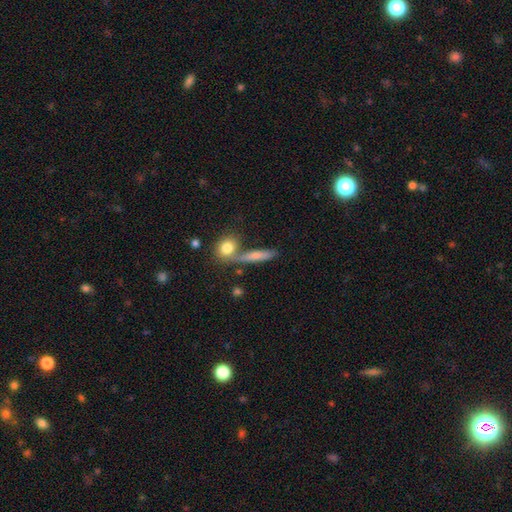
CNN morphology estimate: This is likely a smooth galaxy (71%). How rounded: likely cigar-shaped (65%). Merging: likely none (60%).